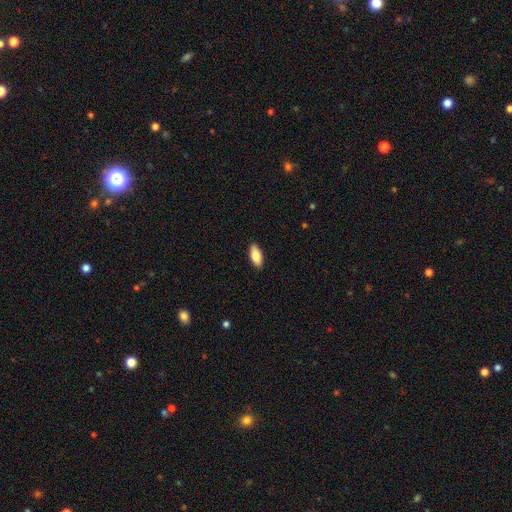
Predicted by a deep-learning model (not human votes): smooth 84%, featured or disk 10%, star or artifact 6%. Down the decision tree: how rounded — in between (86%); merging — none (90%).